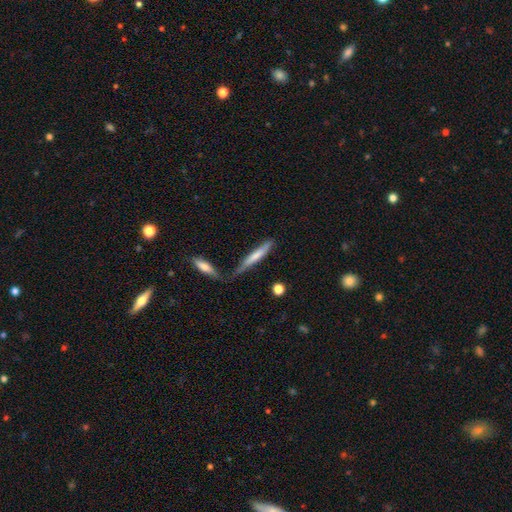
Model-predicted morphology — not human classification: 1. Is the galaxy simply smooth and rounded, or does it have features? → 63% smooth, 32% featured or disk, 6% star or artifact.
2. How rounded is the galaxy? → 92% cigar-shaped, 7% in between, 1% round.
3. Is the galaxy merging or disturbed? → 54% none, 22% minor disturbance, 16% merger, 8% major disturbance.